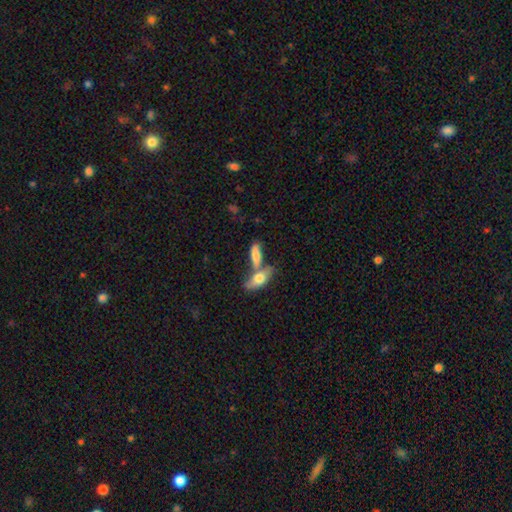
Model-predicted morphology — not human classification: The model was most divided on "merging": merger: 53%, none: 32%, minor disturbance: 10%, major disturbance: 5%. More confident: smooth or featured — smooth (74%); how rounded — in between (66%).